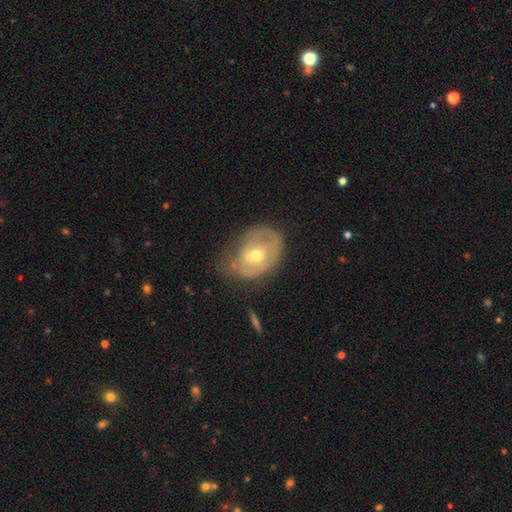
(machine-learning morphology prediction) smooth_or_featured: featured or disk (p=0.56) [alt: smooth p=0.37]
disk_edge_on: no (p=0.94) [alt: yes p=0.06]
bar: no (p=0.54) [alt: weak p=0.35]
has_spiral_arms: no (p=0.66) [alt: yes p=0.34]
bulge_size: moderate (p=0.63) [alt: small p=0.32]
merging: none (p=0.35) [alt: minor disturbance p=0.31]